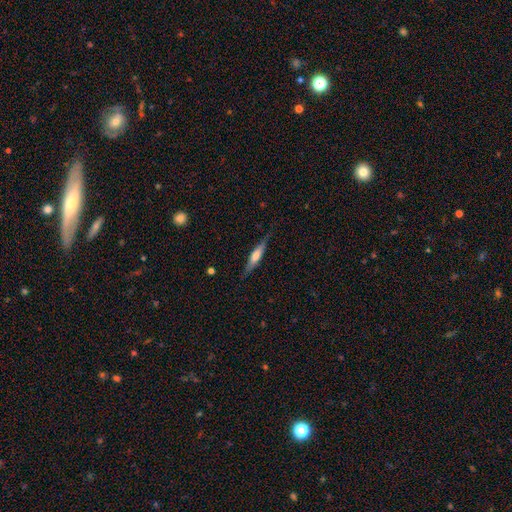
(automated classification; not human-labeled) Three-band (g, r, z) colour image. It shows a featured or disk galaxy (50%). Merging: none (82%).